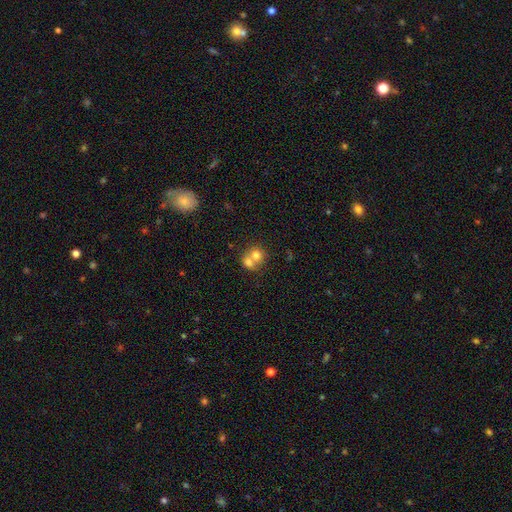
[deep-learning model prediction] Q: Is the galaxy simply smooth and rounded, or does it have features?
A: smooth — 72%.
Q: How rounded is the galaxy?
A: round — 72%.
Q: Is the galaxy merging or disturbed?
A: merger — 66%.